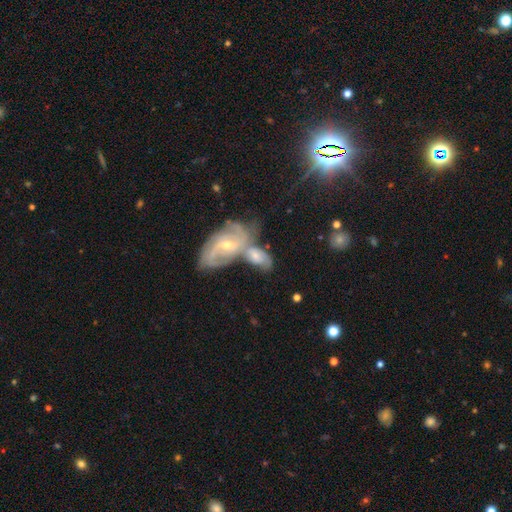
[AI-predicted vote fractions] Smooth or featured? Predicted: featured or disk (p=0.67). Edge-on disk? Predicted: no (p=0.94). Bar? Predicted: no (p=0.47). Spiral arms? Predicted: yes (p=0.90). Spiral winding? Predicted: tight (p=0.50). Spiral arm count? Predicted: 2 (p=0.33, tied with can't tell). Bulge size? Predicted: small (p=0.52). Merging? Predicted: merger (p=0.55).